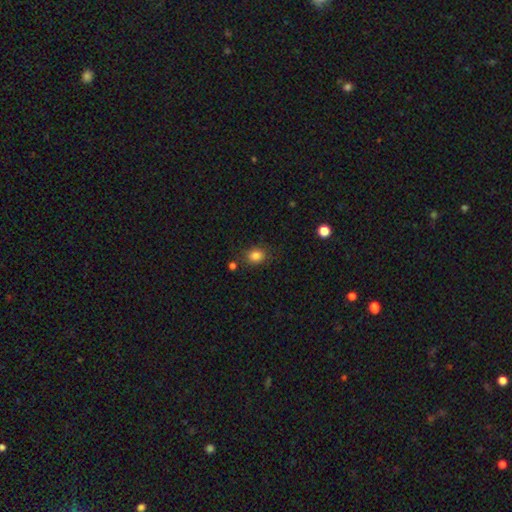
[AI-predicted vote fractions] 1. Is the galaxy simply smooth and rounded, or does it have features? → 84% smooth, 11% star or artifact, 5% featured or disk.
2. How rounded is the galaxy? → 55% round, 44% in between, 1% cigar-shaped.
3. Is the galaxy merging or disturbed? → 79% none, 13% minor disturbance, 4% merger, 4% major disturbance.